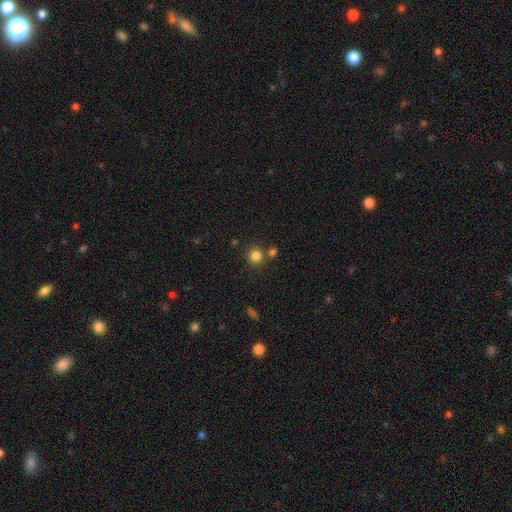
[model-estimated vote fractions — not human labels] This is clearly a smooth galaxy (83%). How rounded: clearly round (87%). Merging: likely none (75%).